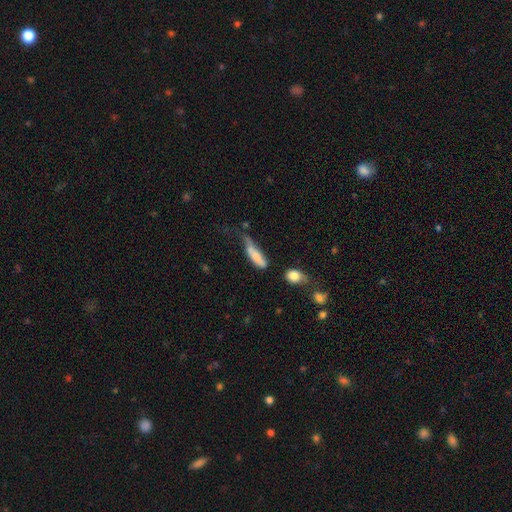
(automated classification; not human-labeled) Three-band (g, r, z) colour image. It shows a smooth galaxy with no disk features (71%) that is cigar-shaped (53%). Merging: major disturbance (35%).